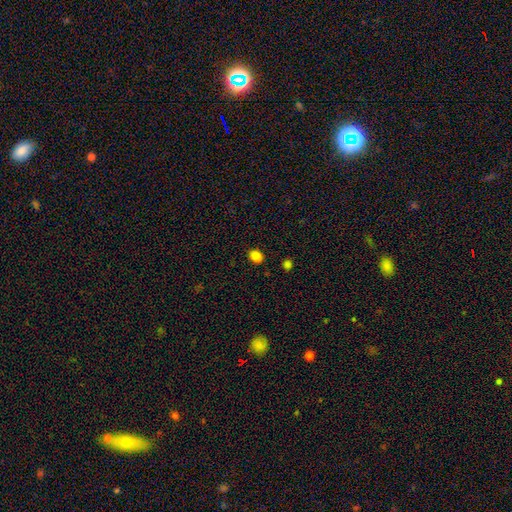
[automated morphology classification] smooth_or_featured: smooth (p=0.85) [alt: star or artifact p=0.12]
how_rounded: in between (p=0.66) [alt: round p=0.33]
merging: none (p=0.86) [alt: minor disturbance p=0.09]